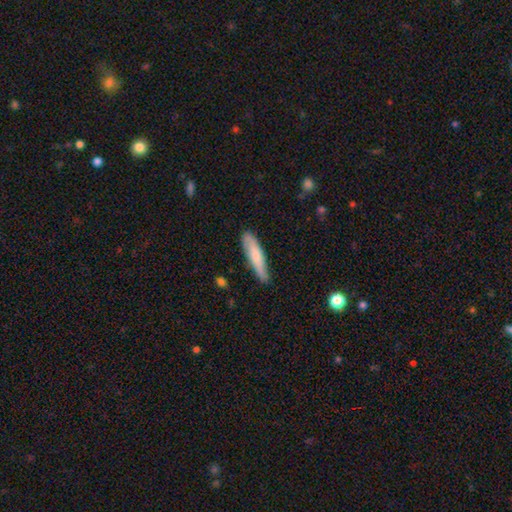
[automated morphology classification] The model was most divided on "smooth or featured": smooth: 71%, featured or disk: 24%, star or artifact: 5%. More confident: how rounded — cigar-shaped (81%); merging — none (77%).